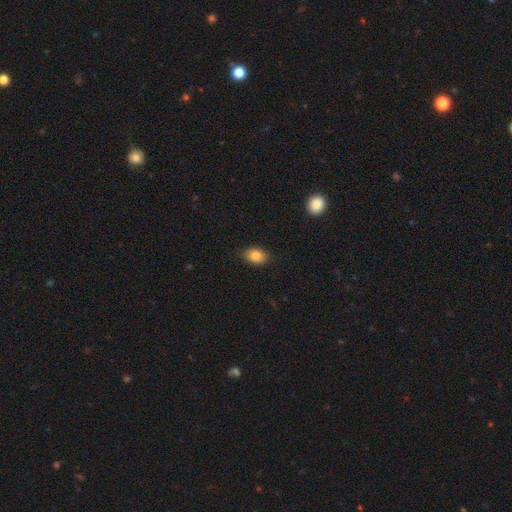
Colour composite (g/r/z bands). It shows a smooth galaxy with no disk features (89%) that is in between round and cigar-shaped (76%). Merging: none (92%).